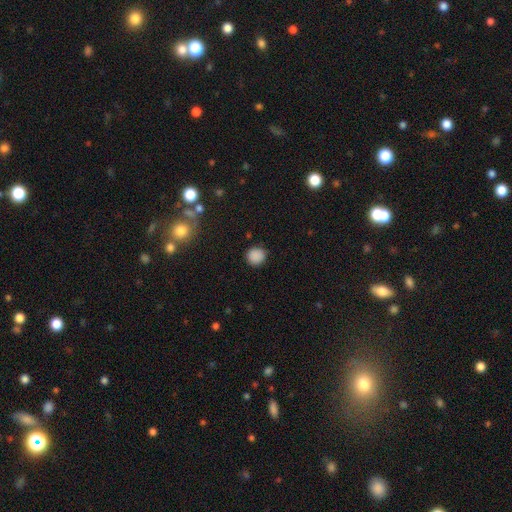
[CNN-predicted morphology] A smooth galaxy with no disk features (86%) that is round (89%). Merging: none (88%).